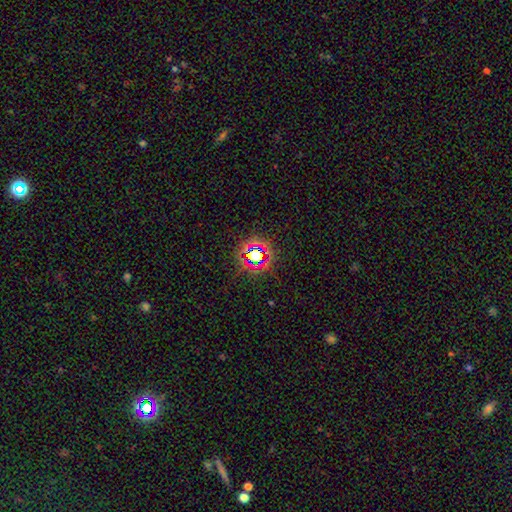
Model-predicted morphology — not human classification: type=star or artifact (67%).